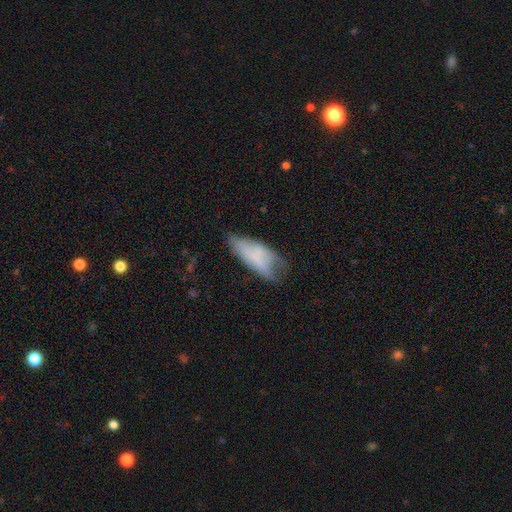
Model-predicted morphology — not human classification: smooth-or-featured: smooth: 59% | featured or disk: 32% | star or artifact: 9%
  how-rounded: in between: 73% | cigar-shaped: 25% | round: 2%
  merging: none: 40% | minor disturbance: 36% | major disturbance: 21% | merger: 4%